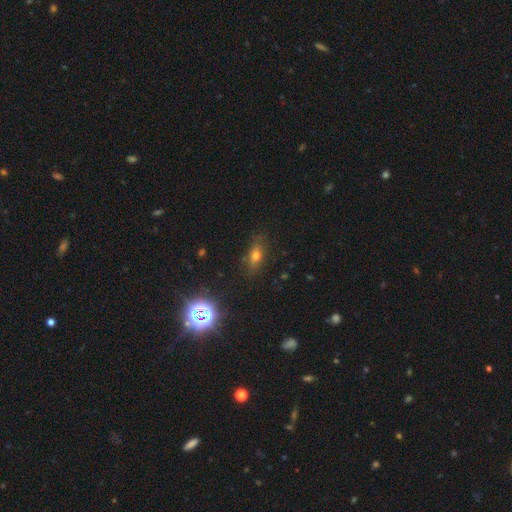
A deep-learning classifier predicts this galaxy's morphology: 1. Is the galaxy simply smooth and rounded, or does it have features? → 62% smooth, 19% star or artifact, 19% featured or disk.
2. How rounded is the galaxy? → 68% in between, 19% cigar-shaped, 13% round.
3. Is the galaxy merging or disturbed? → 79% none, 15% minor disturbance, 4% major disturbance, 2% merger.